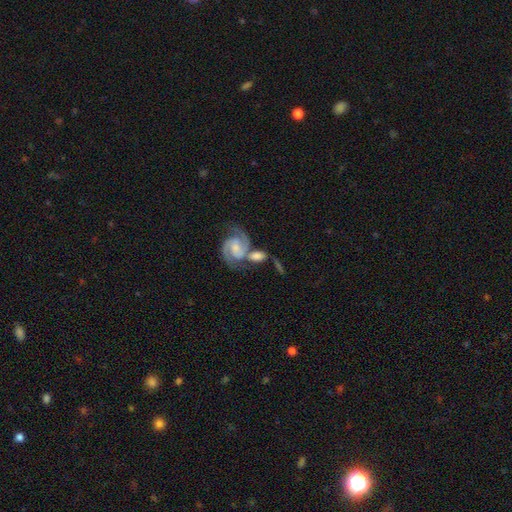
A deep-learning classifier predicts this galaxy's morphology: The model was most divided on "smooth or featured": featured or disk: 44%, smooth: 32%, star or artifact: 24%. Remaining: merging — none (47%).